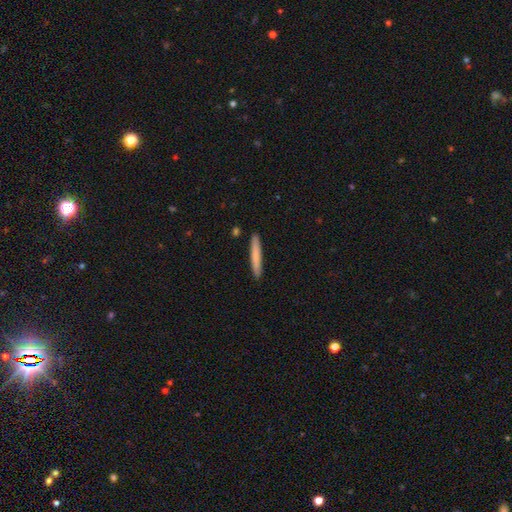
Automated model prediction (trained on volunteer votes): Morphology: type=smooth (77%); roundness=cigar-shaped (96%); merging=none (91%).